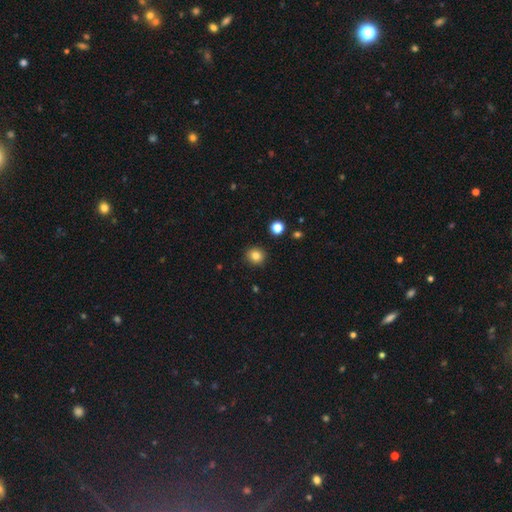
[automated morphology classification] Smooth or featured: smooth — 83% (star or artifact — 11%)
How rounded: round — 89% (in between — 10%)
Merging: none — 91% (minor disturbance — 6%)